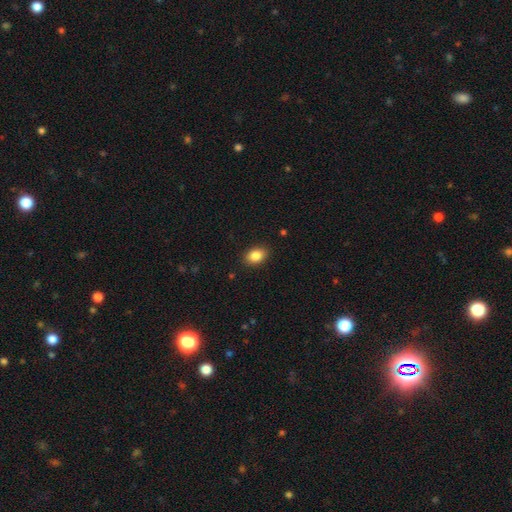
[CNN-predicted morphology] Q: Smooth or featured?
A: smooth (86%); runner-up: star or artifact (8%)
Q: How rounded?
A: in between (79%); runner-up: round (20%)
Q: Merging?
A: none (89%); runner-up: minor disturbance (8%)